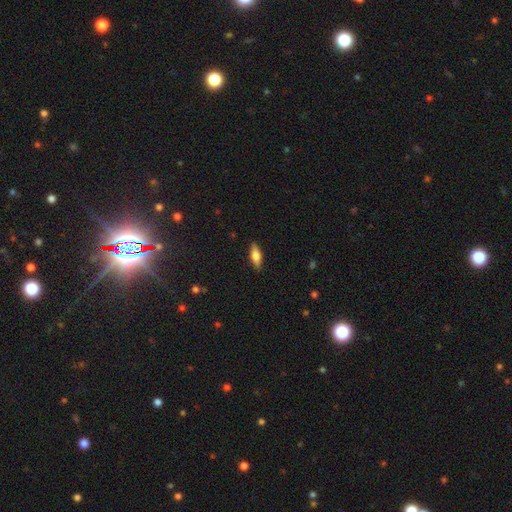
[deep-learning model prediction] smooth-or-featured: smooth: 58% | featured or disk: 35% | star or artifact: 7%
  how-rounded: in between: 61% | cigar-shaped: 36% | round: 3%
  merging: none: 87% | minor disturbance: 10% | major disturbance: 2% | merger: 1%